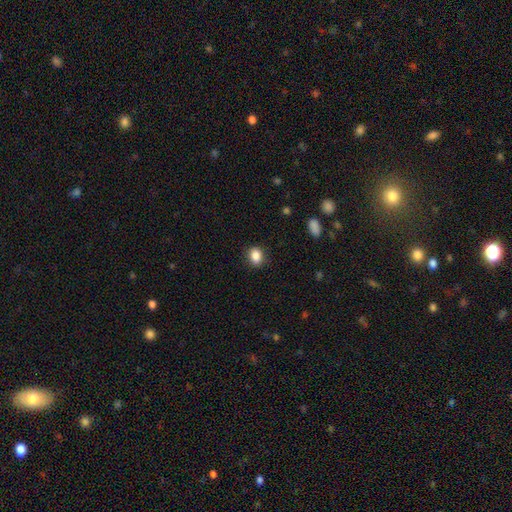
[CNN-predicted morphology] Smooth or featured?
  - smooth: 86% *
  - star or artifact: 9%
  - featured or disk: 4%
How rounded?
  - in between: 55% *
  - round: 44%
  - cigar-shaped: 1%
Merging?
  - none: 87% *
  - minor disturbance: 10%
  - major disturbance: 3%
  - merger: 1%